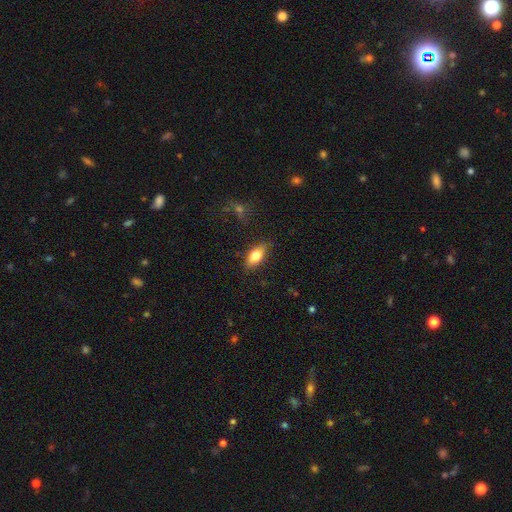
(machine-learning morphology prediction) smooth 77%, featured or disk 15%, star or artifact 7%. Down the decision tree: how rounded — in between (86%); merging — none (83%).